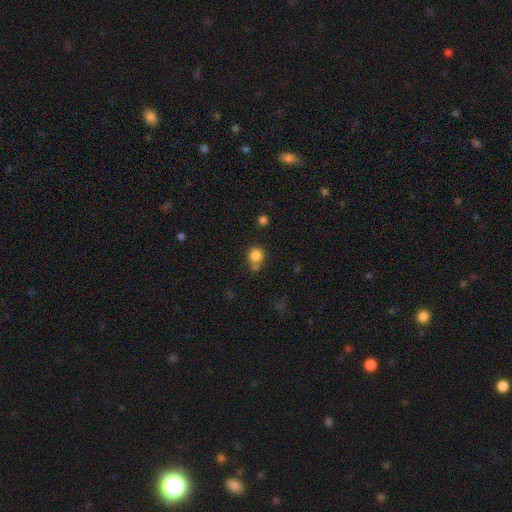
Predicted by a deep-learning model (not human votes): A smooth galaxy with no disk features (83%) that is round (90%).

Vote fractions:
- Smooth or featured? smooth: 83% / star or artifact: 11% / featured or disk: 5%
- How rounded? round: 90% / in between: 9% / cigar-shaped: 1%
- Merging? none: 62% / merger: 19% / minor disturbance: 14% / major disturbance: 5%